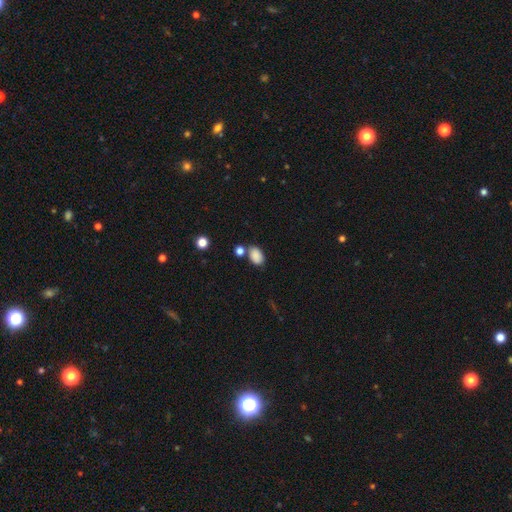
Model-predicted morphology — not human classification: This is clearly a smooth galaxy (86%). How rounded: clearly in between (85%). Merging: likely none (68%).